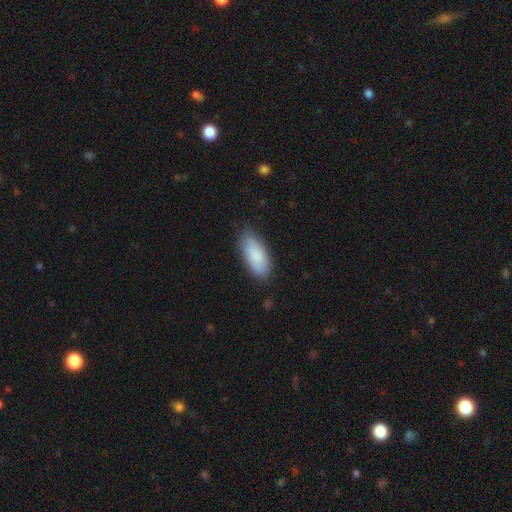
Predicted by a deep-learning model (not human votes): A smooth galaxy with no disk features (86%) that is in between round and cigar-shaped (83%).

Vote fractions:
- Smooth or featured? smooth: 86% / featured or disk: 8% / star or artifact: 6%
- How rounded? in between: 83% / cigar-shaped: 16% / round: 2%
- Merging? none: 80% / minor disturbance: 16% / major disturbance: 3% / merger: 1%